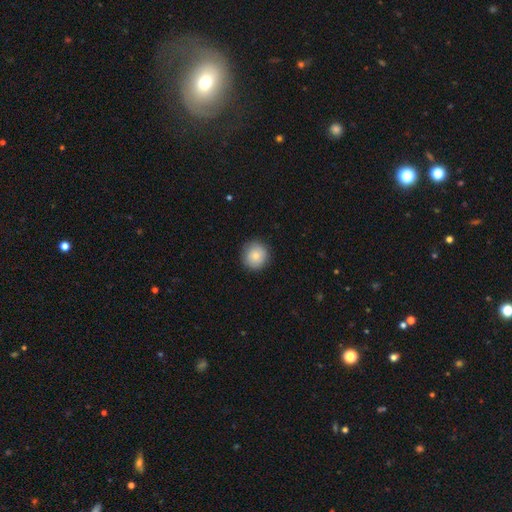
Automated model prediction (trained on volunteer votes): Overall: smooth (84%). How rounded: round (93%). Merging: none (89%).